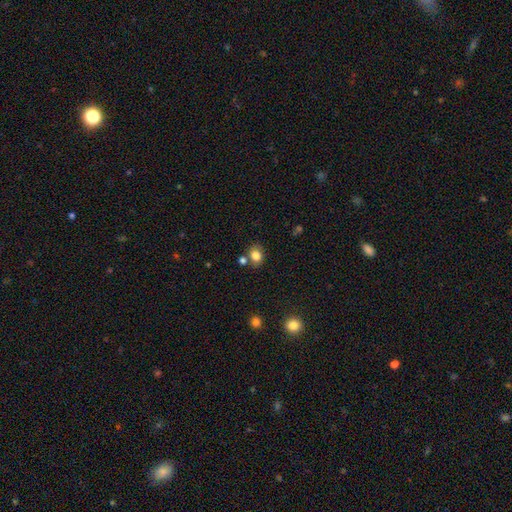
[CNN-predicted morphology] This is clearly a smooth galaxy (81%). How rounded: possibly round (53%). Merging: likely none (73%).